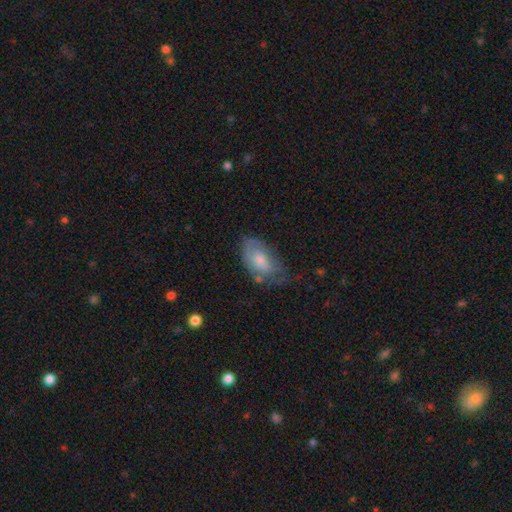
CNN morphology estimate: type=smooth (49%); merging=none (49%).